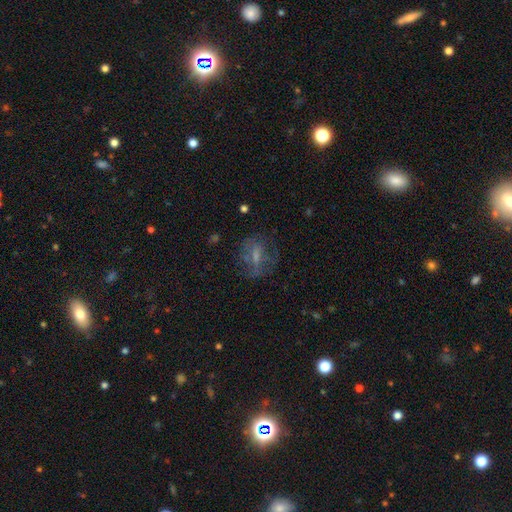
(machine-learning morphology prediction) smooth-or-featured: featured or disk: 45% | smooth: 41% | star or artifact: 14%
  merging: none: 55% | major disturbance: 23% | minor disturbance: 20% | merger: 2%